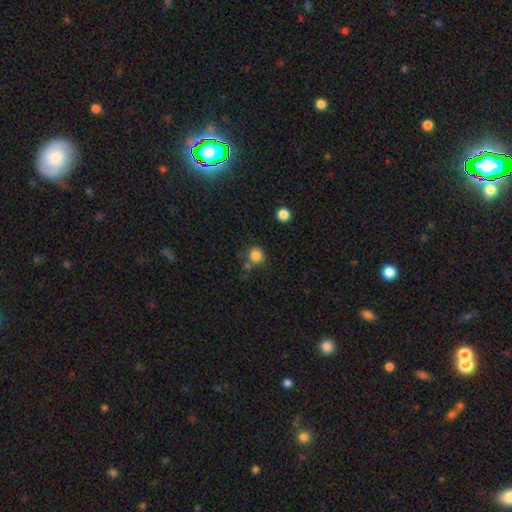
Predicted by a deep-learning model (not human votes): A smooth galaxy with no disk features (83%) that is round (91%). Merging: none (71%).